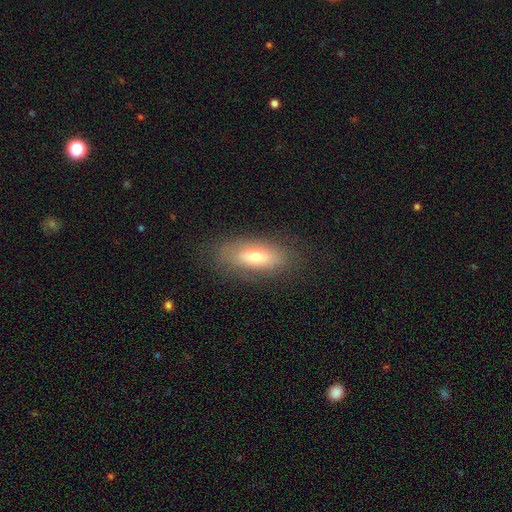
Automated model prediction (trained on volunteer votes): This appears to be a smooth galaxy with no disk features (60%) that is in between round and cigar-shaped (74%). Merging: none (81%).